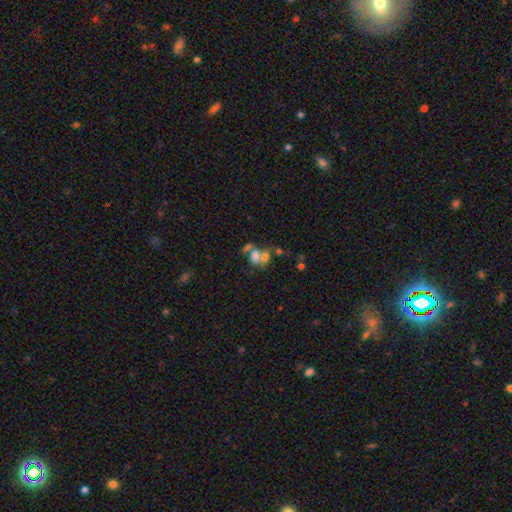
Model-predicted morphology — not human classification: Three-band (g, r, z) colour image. It shows a smooth galaxy with no disk features (59%) that is in between round and cigar-shaped (73%). Merging: merger (60%).